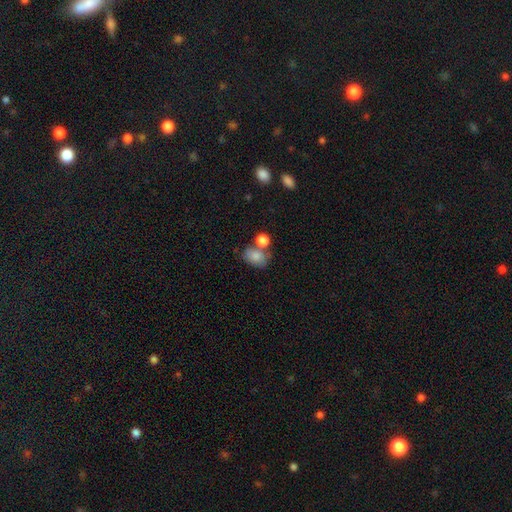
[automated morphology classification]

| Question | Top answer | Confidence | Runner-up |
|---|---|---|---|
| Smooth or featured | smooth | 78% | featured or disk (13%) |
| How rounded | in between | 69% | round (30%) |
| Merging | none | 43% | merger (31%) |